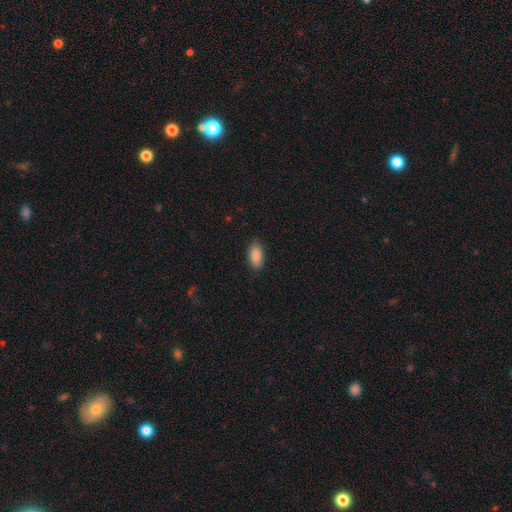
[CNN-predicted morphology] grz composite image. It shows a smooth galaxy with no disk features (88%) that is in between round and cigar-shaped (90%). Merging: none (88%).